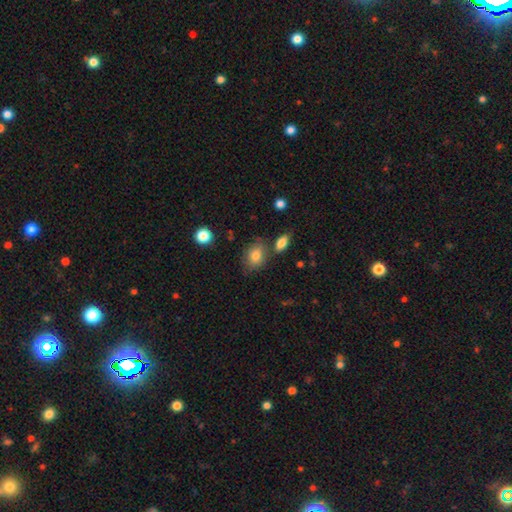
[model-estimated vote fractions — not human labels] Smooth or featured? smooth (81%)
How rounded? in between (70%)
Merging? none (70%)